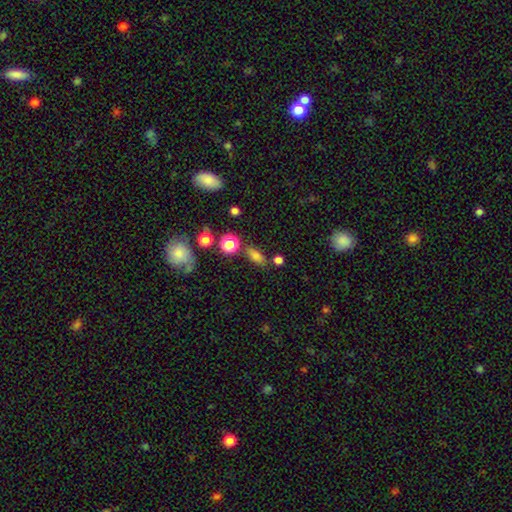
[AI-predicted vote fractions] Morphology: type=smooth (75%); roundness=in between (72%); merging=none (70%).